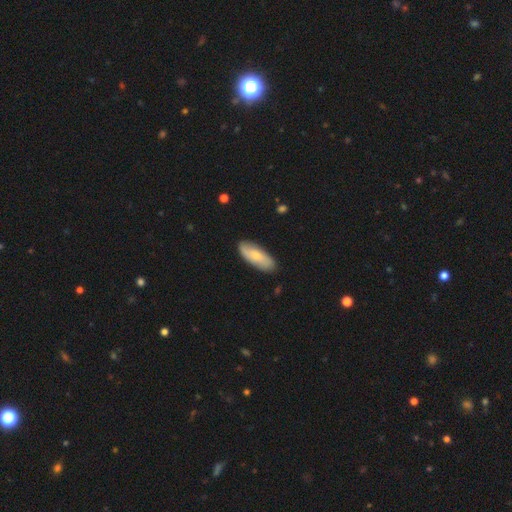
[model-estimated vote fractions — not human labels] smooth 62%, featured or disk 33%, star or artifact 5%. Down the decision tree: how rounded — in between (77%); merging — none (84%).